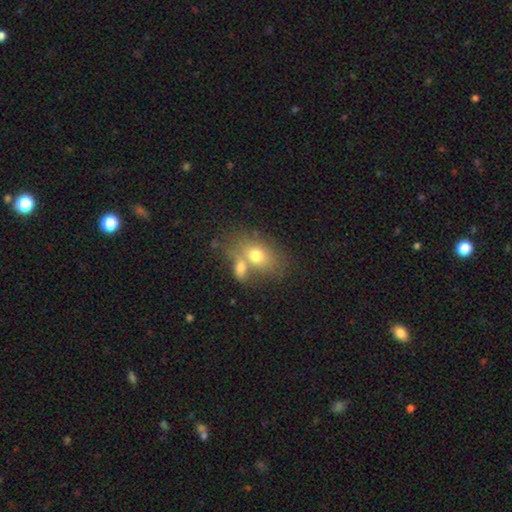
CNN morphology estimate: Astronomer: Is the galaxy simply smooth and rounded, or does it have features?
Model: smooth — 71%.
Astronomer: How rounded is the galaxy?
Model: in between — 74%.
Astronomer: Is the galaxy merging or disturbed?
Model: merger — 44% (runner-up: none, 39%).